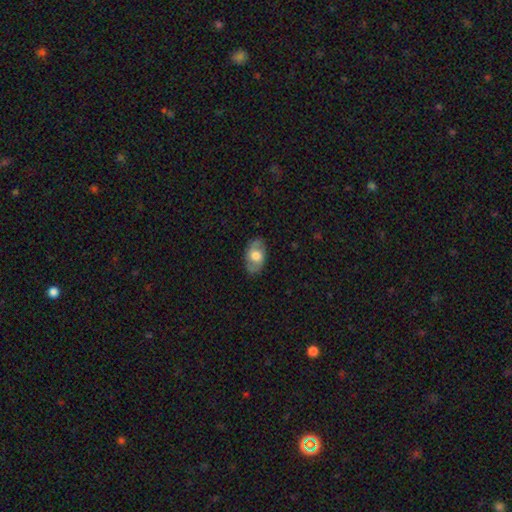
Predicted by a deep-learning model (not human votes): This appears to be a smooth galaxy with no disk features (55%) that is in between round and cigar-shaped (89%). Merging: none (81%).